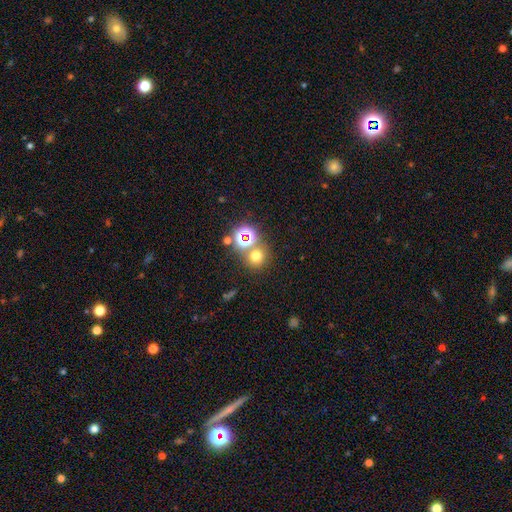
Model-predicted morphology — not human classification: Smooth or featured? smooth (64%)
How rounded? round (88%)
Merging? none (69%)